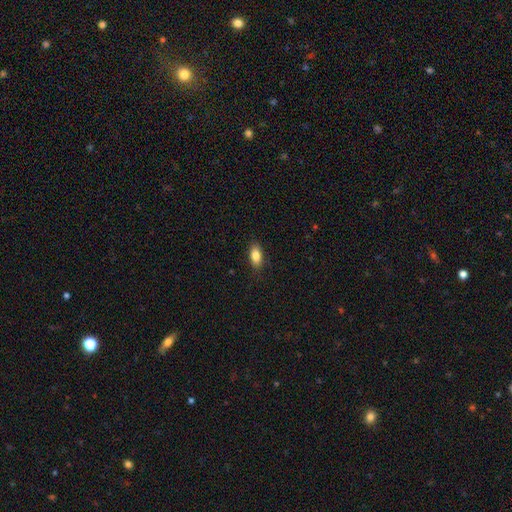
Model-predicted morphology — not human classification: The model was most divided on "merging": none: 86%, minor disturbance: 11%, major disturbance: 2%, merger: 1%. More confident: how rounded — in between (88%); smooth or featured — smooth (84%).